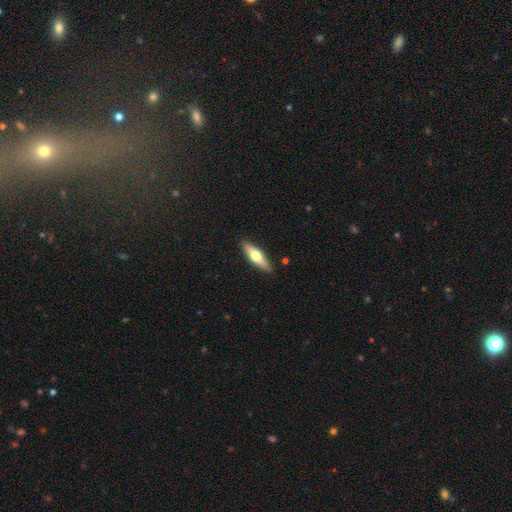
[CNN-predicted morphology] This appears to be a featured or disk galaxy (48%). Merging: none (89%).